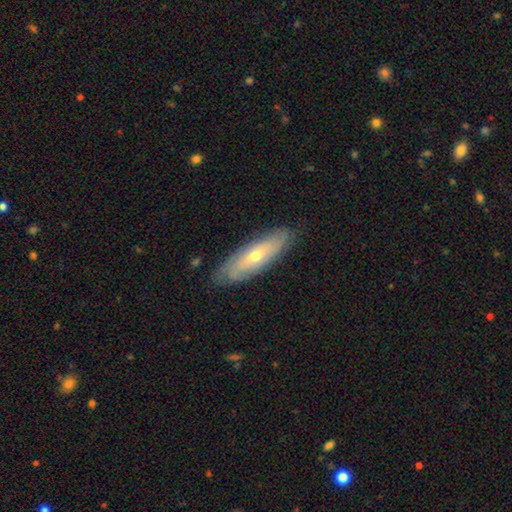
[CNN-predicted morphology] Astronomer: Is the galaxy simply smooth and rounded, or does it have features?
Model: featured or disk — 55% (runner-up: smooth, 37%).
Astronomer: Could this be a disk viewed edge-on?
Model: no — 55% (runner-up: yes, 45%).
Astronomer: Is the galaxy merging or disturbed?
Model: none — 85%.